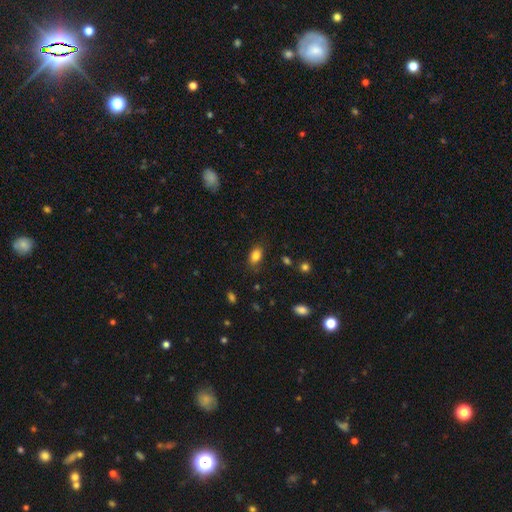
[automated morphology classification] type=smooth (84%); roundness=in between (85%); merging=none (80%).